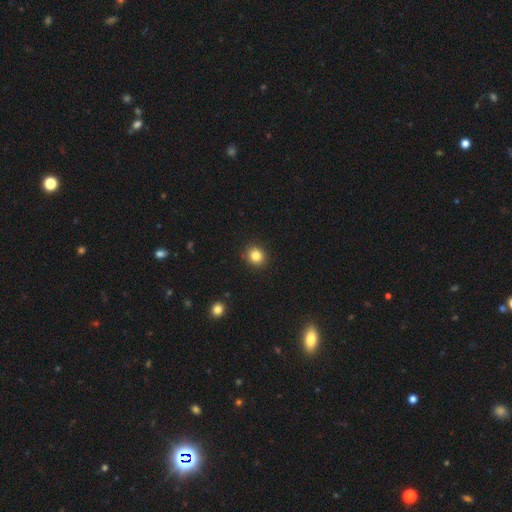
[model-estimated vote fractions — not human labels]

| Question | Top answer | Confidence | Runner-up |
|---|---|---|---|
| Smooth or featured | smooth | 84% | star or artifact (11%) |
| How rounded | round | 86% | in between (14%) |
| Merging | none | 91% | minor disturbance (6%) |